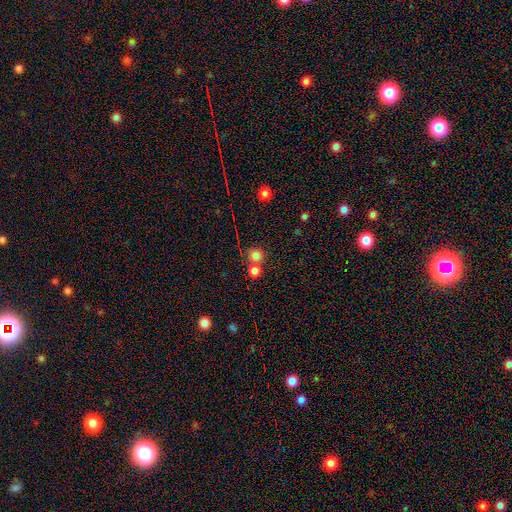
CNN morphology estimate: The model was most divided on "merging": none: 58%, merger: 32%, minor disturbance: 7%, major disturbance: 3%. More confident: how rounded — round (90%); smooth or featured — smooth (80%).